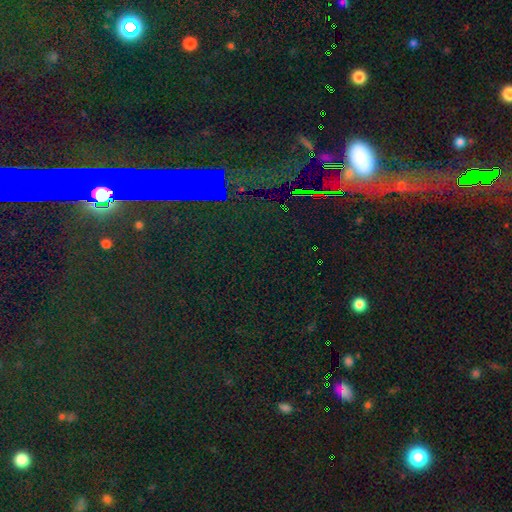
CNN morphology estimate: Smooth or featured? star or artifact (71%)